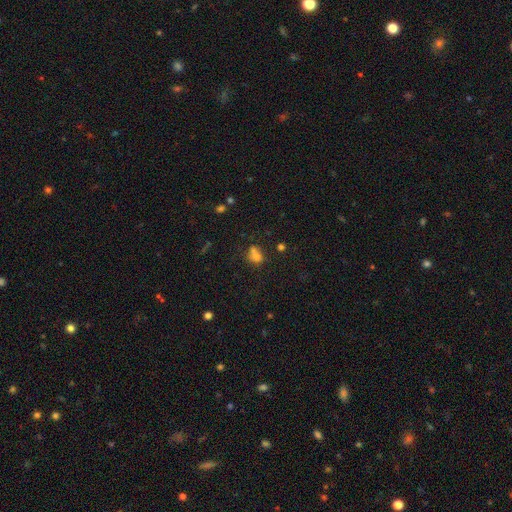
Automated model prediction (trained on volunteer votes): smooth_or_featured: smooth (p=0.70) [alt: star or artifact p=0.16]
how_rounded: round (p=0.65) [alt: in between p=0.33]
merging: merger (p=0.45) [alt: none p=0.36]